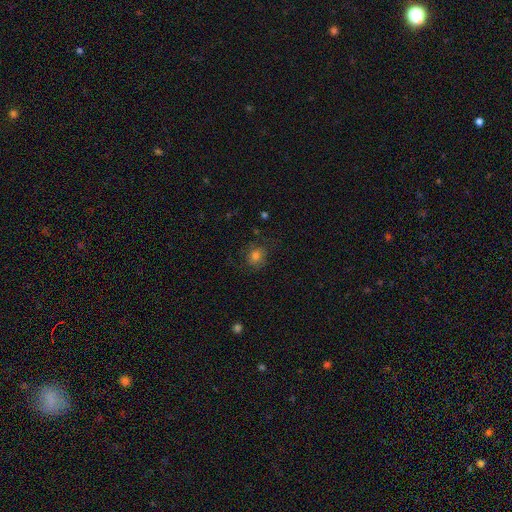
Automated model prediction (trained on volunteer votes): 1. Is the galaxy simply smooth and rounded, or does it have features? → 74% smooth, 14% star or artifact, 12% featured or disk.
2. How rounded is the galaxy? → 79% round, 20% in between, 1% cigar-shaped.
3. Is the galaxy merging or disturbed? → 74% none, 17% minor disturbance, 8% major disturbance, 1% merger.